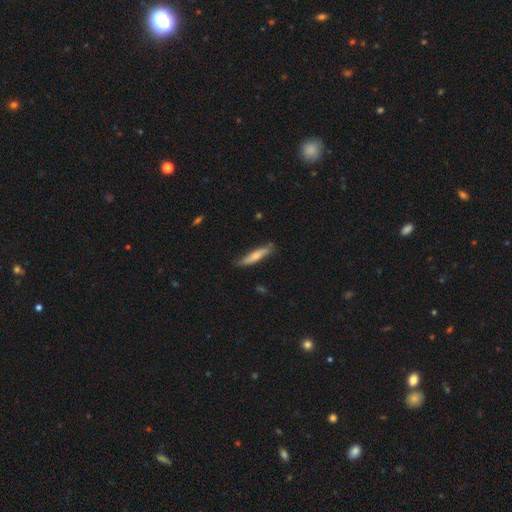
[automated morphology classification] Smooth or featured: smooth — 61% (featured or disk — 33%)
How rounded: cigar-shaped — 84% (in between — 14%)
Merging: none — 77% (minor disturbance — 18%)